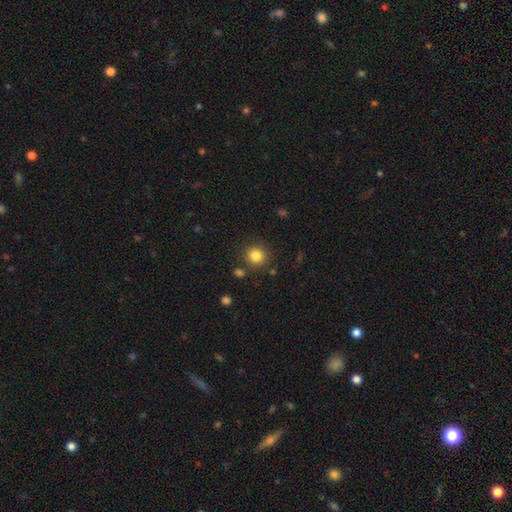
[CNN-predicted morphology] This is clearly a smooth galaxy (84%). How rounded: clearly round (88%). Merging: clearly none (85%).